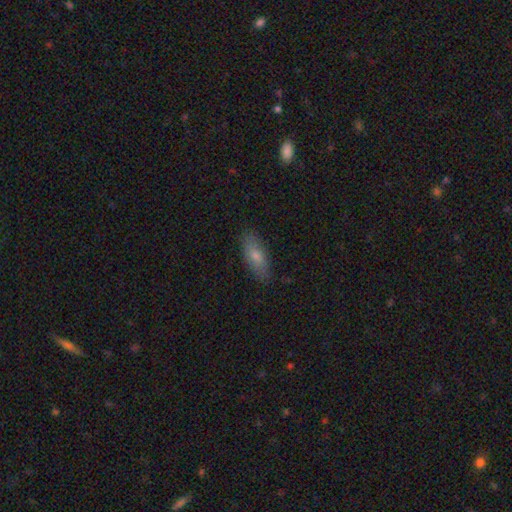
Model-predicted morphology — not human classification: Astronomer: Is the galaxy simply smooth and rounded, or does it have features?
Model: smooth — 70%.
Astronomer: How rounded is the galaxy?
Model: in between — 67%.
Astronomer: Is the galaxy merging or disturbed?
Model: none — 86%.